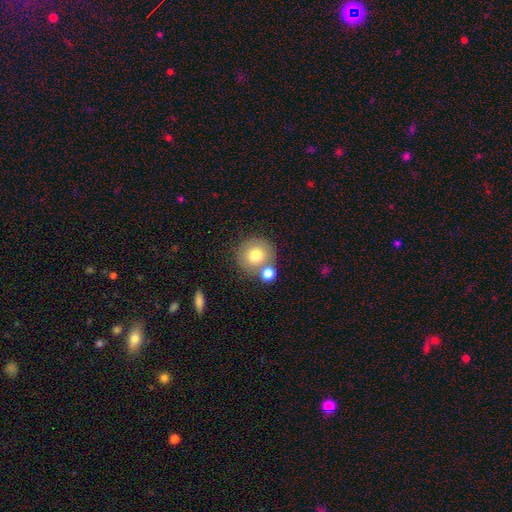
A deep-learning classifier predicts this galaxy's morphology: smooth 75%, featured or disk 16%, star or artifact 9%. Down the decision tree: how rounded — round (90%); merging — none (59%).